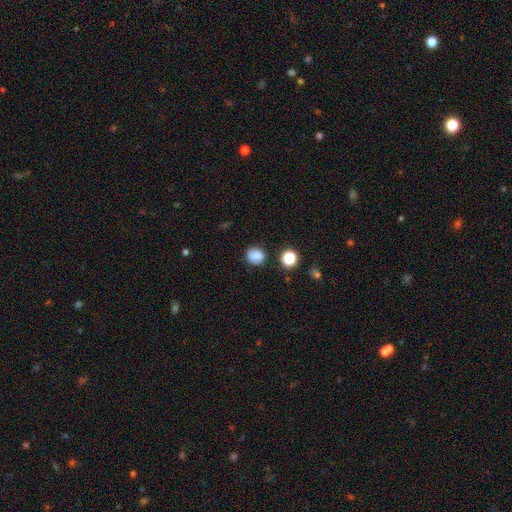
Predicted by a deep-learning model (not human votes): This appears to be a smooth galaxy with no disk features (82%) that is round (81%). Merging: none (80%).